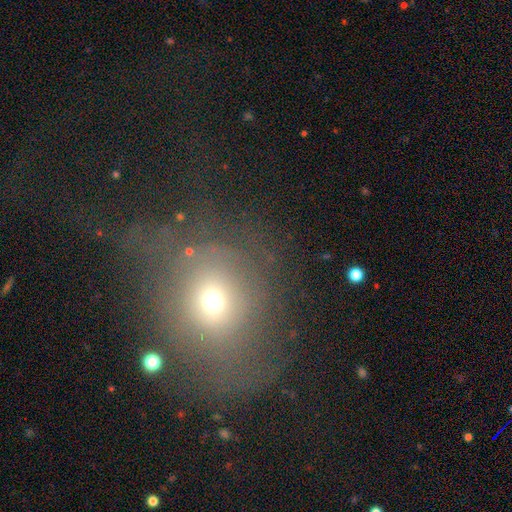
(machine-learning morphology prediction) smooth_or_featured: smooth (p=0.55) [alt: star or artifact p=0.25]
how_rounded: round (p=0.71) [alt: in between p=0.27]
merging: none (p=0.42) [alt: major disturbance p=0.34]